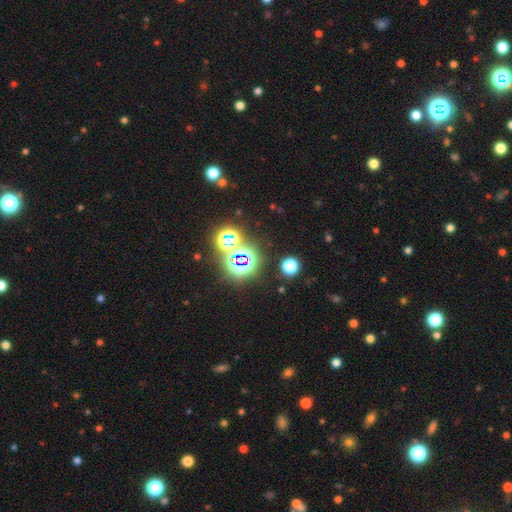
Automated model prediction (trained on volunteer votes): Overall: star or artifact (74%).